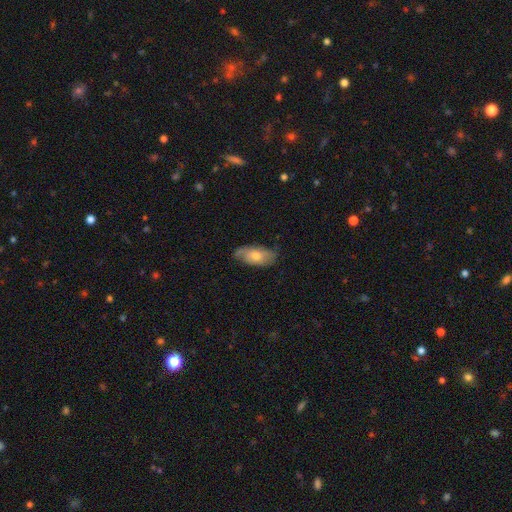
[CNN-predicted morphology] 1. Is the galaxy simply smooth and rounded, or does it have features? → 50% featured or disk, 43% smooth, 6% star or artifact.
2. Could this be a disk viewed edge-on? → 86% no, 14% yes.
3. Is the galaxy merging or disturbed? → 67% none, 25% minor disturbance, 7% major disturbance, 1% merger.